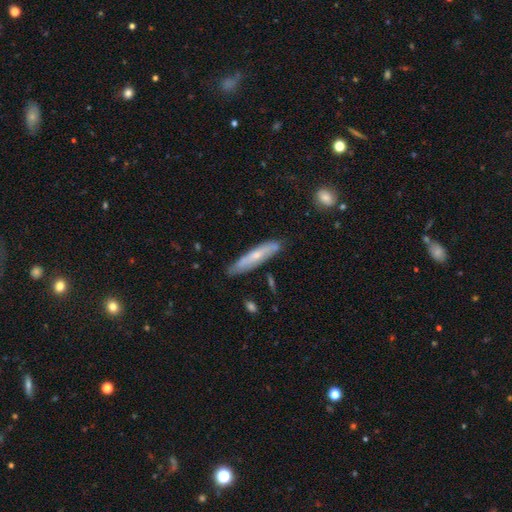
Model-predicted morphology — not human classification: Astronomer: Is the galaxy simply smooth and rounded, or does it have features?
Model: smooth — 49% (runner-up: featured or disk, 44%).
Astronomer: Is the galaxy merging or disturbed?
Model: none — 79%.